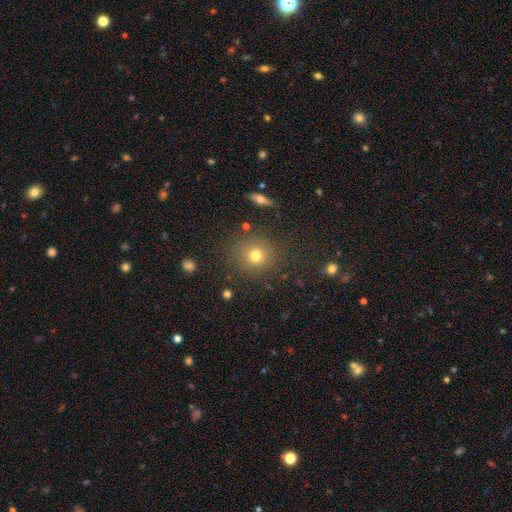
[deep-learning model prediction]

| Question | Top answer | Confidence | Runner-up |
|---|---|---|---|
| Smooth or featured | smooth | 74% | star or artifact (16%) |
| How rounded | round | 89% | in between (10%) |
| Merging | none | 84% | minor disturbance (9%) |